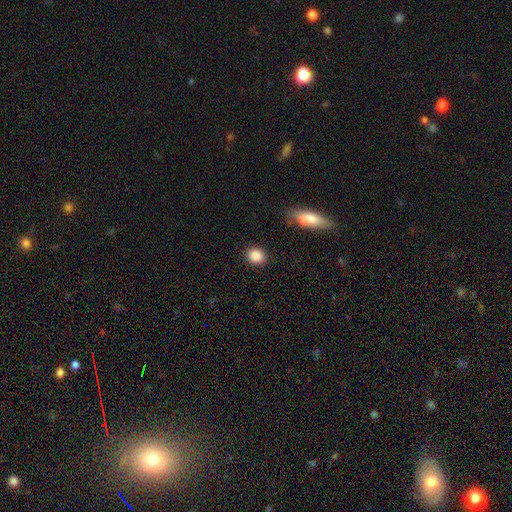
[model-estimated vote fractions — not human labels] Smooth or featured?
  - smooth: 86% *
  - star or artifact: 9%
  - featured or disk: 5%
How rounded?
  - round: 66% *
  - in between: 33%
  - cigar-shaped: 1%
Merging?
  - none: 87% *
  - minor disturbance: 8%
  - major disturbance: 3%
  - merger: 2%